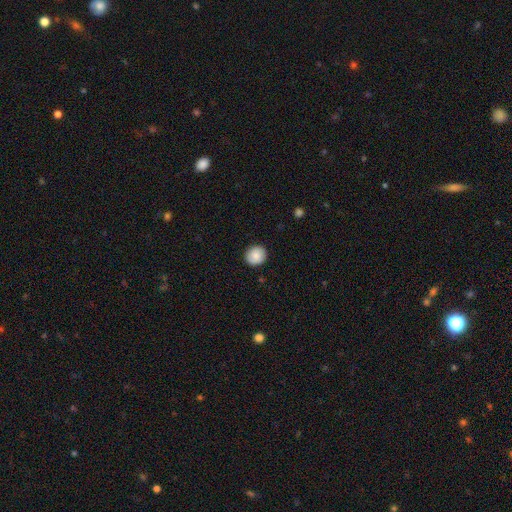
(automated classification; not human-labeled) smooth_or_featured: smooth (p=0.87) [alt: star or artifact p=0.07]
how_rounded: round (p=0.86) [alt: in between p=0.13]
merging: none (p=0.91) [alt: minor disturbance p=0.07]